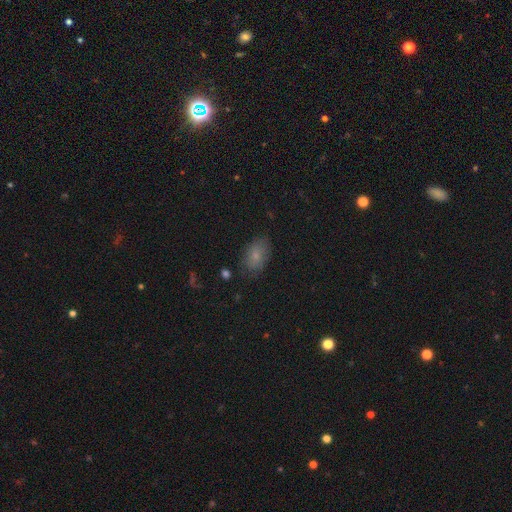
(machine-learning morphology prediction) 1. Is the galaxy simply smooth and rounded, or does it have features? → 79% smooth, 12% featured or disk, 9% star or artifact.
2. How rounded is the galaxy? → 89% in between, 9% round, 2% cigar-shaped.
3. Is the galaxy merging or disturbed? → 74% none, 19% minor disturbance, 5% major disturbance, 2% merger.